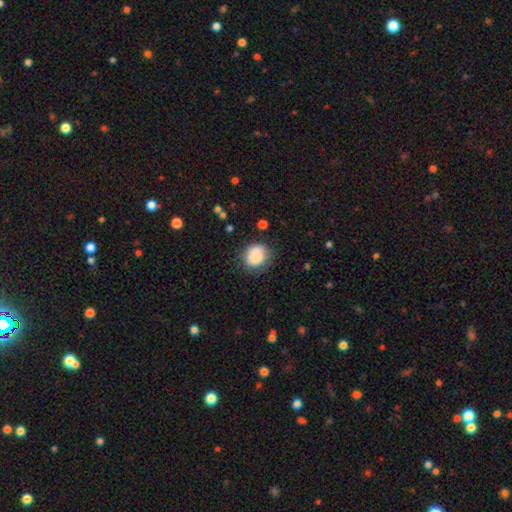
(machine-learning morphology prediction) smooth-or-featured: smooth: 79% | featured or disk: 12% | star or artifact: 9%
  how-rounded: round: 73% | in between: 26% | cigar-shaped: 1%
  merging: none: 64% | minor disturbance: 22% | major disturbance: 7% | merger: 7%